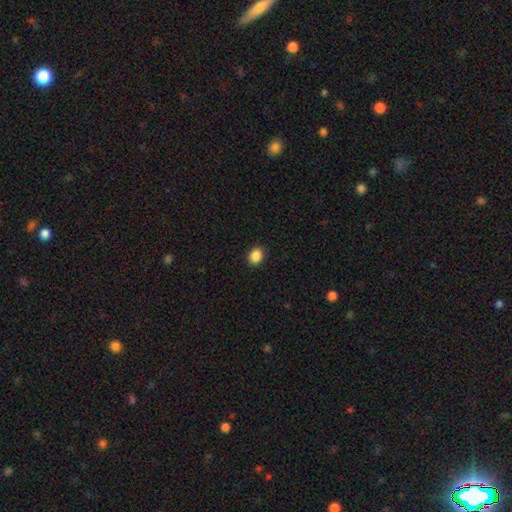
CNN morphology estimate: A smooth galaxy with no disk features (87%) that is round (52%).

Vote fractions:
- Smooth or featured? smooth: 87% / star or artifact: 9% / featured or disk: 3%
- How rounded? round: 52% / in between: 47% / cigar-shaped: 1%
- Merging? none: 91% / minor disturbance: 7% / major disturbance: 2% / merger: 1%